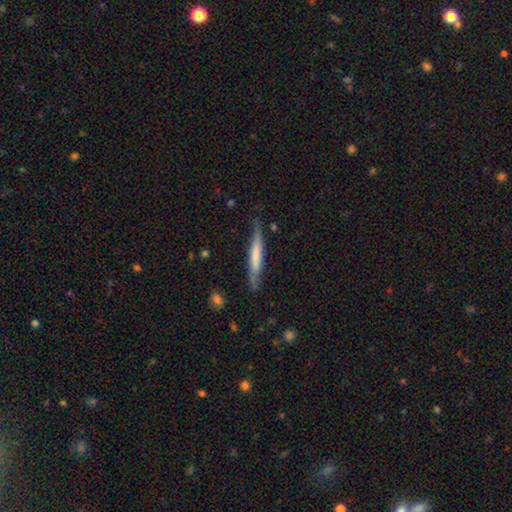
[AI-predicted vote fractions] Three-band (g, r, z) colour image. It shows a smooth galaxy with no disk features (53%) that is cigar-shaped (94%). Merging: none (74%).